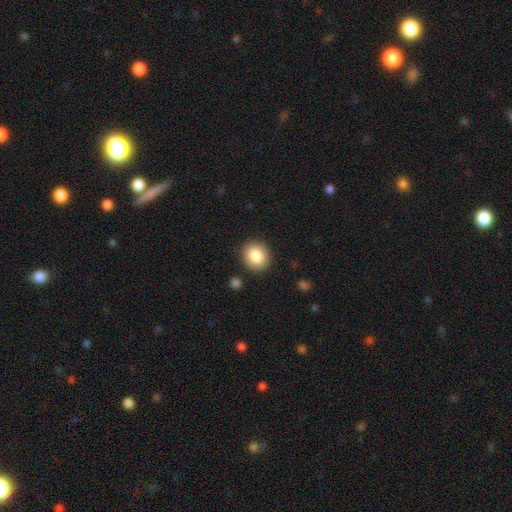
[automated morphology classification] type=smooth (84%); roundness=round (73%); merging=none (88%).